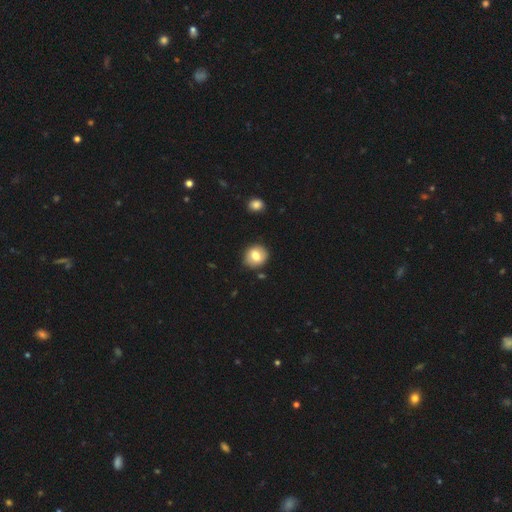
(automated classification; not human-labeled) This appears to be a smooth galaxy with no disk features (74%) that is round (75%). Merging: none (83%).